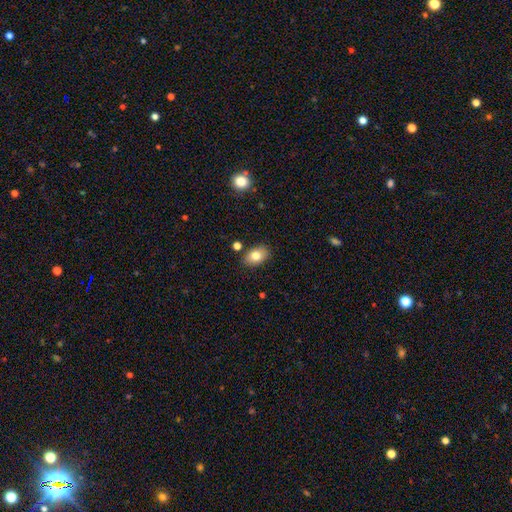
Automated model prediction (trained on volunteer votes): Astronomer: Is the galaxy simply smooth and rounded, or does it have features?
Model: smooth — 79%.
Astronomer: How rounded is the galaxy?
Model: in between — 83%.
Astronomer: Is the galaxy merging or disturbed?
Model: none — 84%.